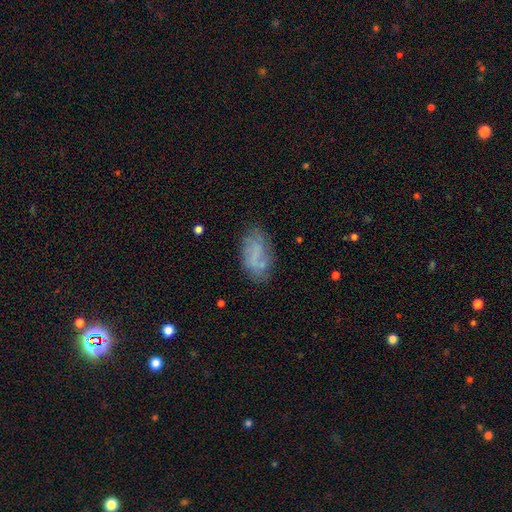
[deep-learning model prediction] smooth_or_featured: smooth (p=0.50) [alt: featured or disk p=0.41]
merging: none (p=0.63) [alt: minor disturbance p=0.23]